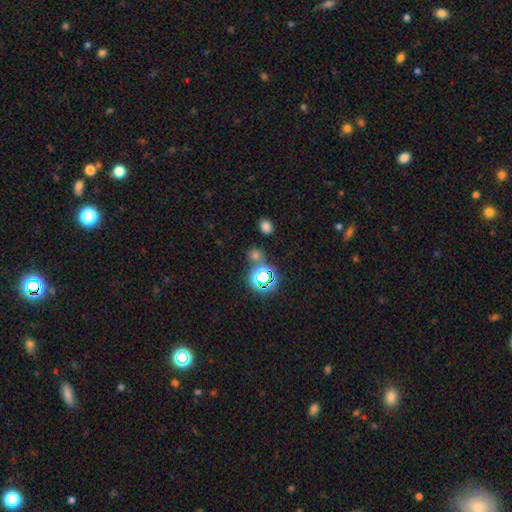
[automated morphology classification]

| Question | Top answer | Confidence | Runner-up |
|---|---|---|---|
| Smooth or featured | smooth | 50% | star or artifact (44%) |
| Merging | none | 77% | merger (11%) |